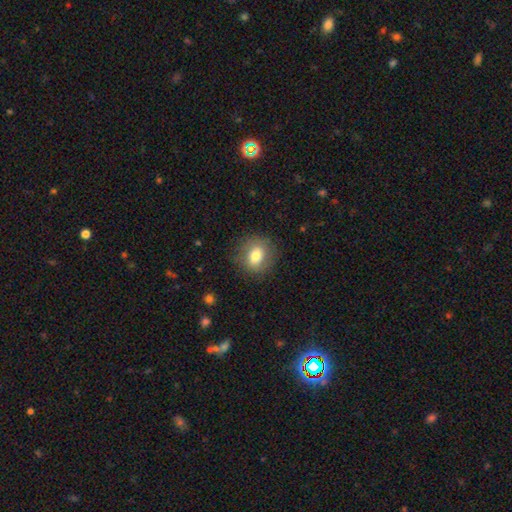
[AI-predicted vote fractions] A smooth galaxy with no disk features (75%) that is round (65%). Merging: none (83%).